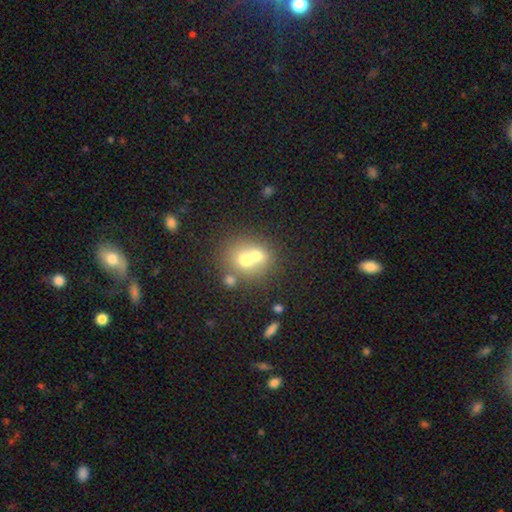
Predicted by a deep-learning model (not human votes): Morphology: type=smooth (65%); roundness=round (73%); merging=merger (62%).